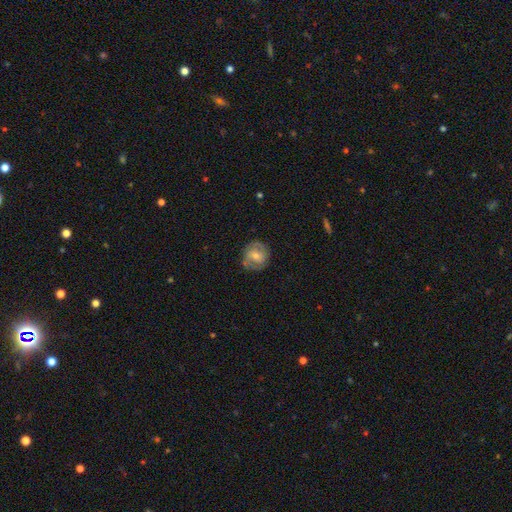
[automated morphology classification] Overall: featured or disk (53%; smooth 39%). Edge-on disk: no (96%). Bar: no (54%; weak 36%). Spiral arms: yes (70%). Bulge size: moderate (55%; small 40%). Merging: none (74%).